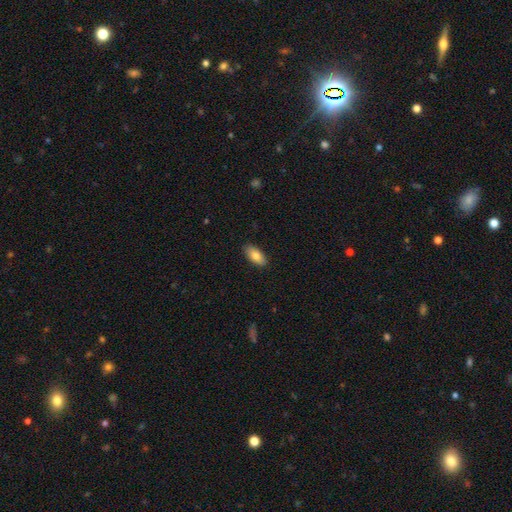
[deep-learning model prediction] Smooth or featured? Predicted: smooth (p=0.81). How rounded? Predicted: in between (p=0.91). Merging? Predicted: none (p=0.89).